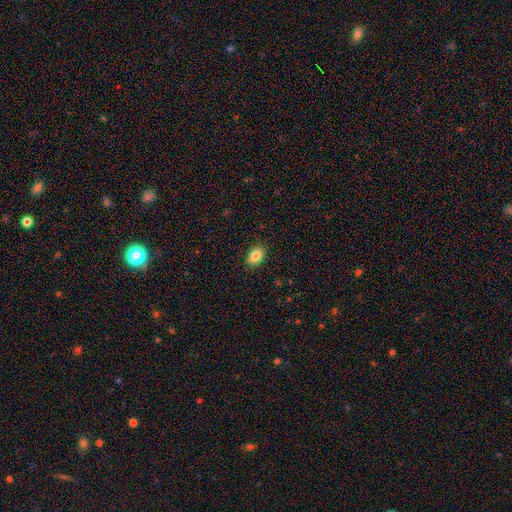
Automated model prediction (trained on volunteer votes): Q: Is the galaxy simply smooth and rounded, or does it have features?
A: smooth — 84%.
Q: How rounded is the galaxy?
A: in between — 86%.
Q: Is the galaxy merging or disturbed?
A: none — 88%.